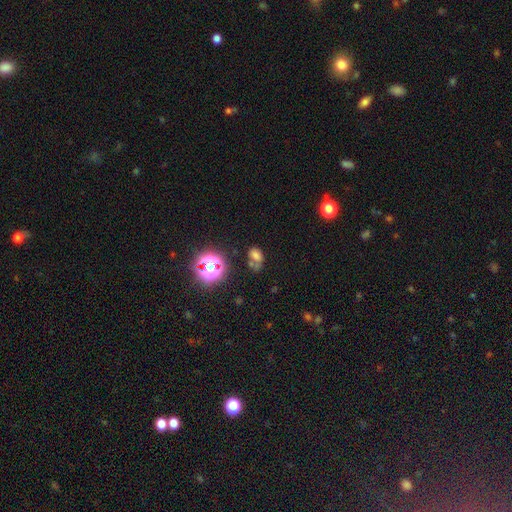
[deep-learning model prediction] Smooth or featured? smooth (60%)
How rounded? in between (71%)
Merging? none (39%)